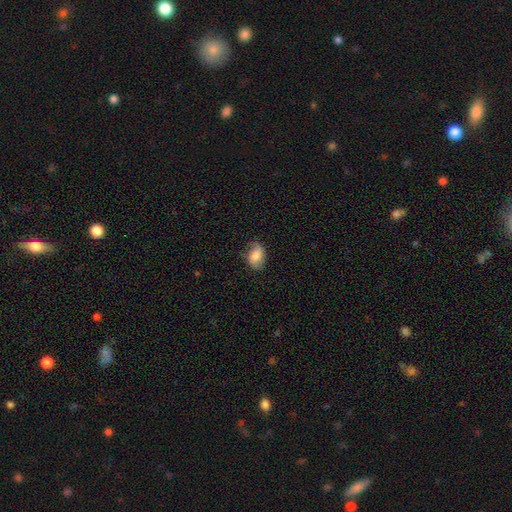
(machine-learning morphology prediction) smooth-or-featured: smooth: 67% | featured or disk: 25% | star or artifact: 8%
  how-rounded: in between: 80% | round: 18% | cigar-shaped: 2%
  merging: none: 66% | minor disturbance: 25% | major disturbance: 8% | merger: 1%